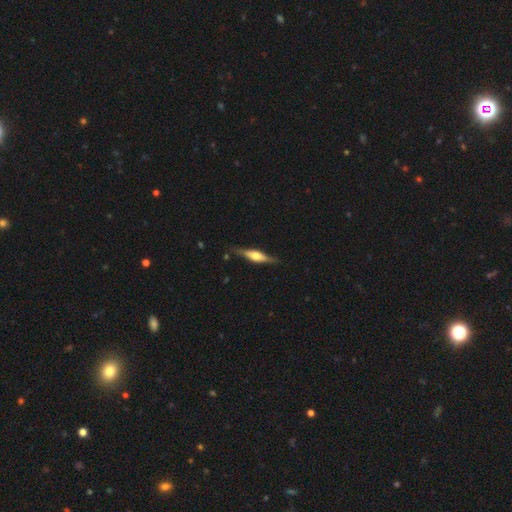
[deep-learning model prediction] featured or disk 68%, smooth 26%, star or artifact 5%. Down the decision tree: edge-on disk — yes (96%); edge-on bulge — rounded (87%); merging — none (85%).